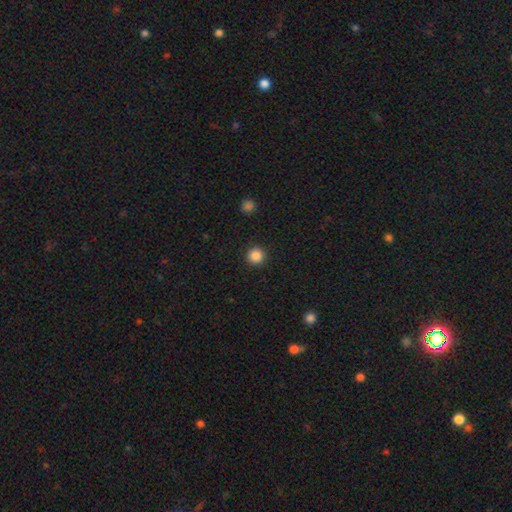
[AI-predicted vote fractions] Smooth or featured?
  - smooth: 87% *
  - star or artifact: 11%
  - featured or disk: 3%
How rounded?
  - round: 96% *
  - in between: 3%
  - cigar-shaped: 1%
Merging?
  - none: 92% *
  - minor disturbance: 5%
  - major disturbance: 2%
  - merger: 1%